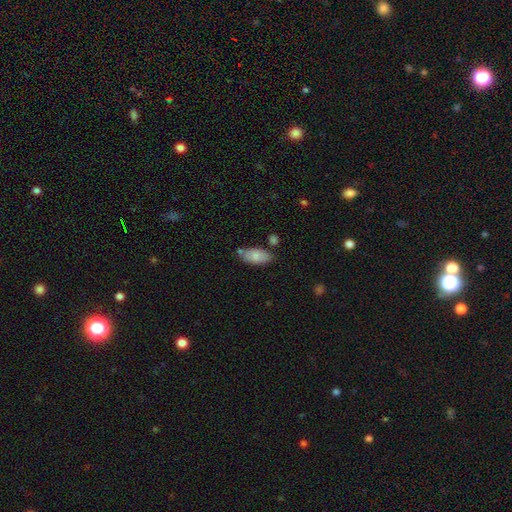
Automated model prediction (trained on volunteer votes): Overall: smooth (84%). How rounded: in between (91%). Merging: none (65%).